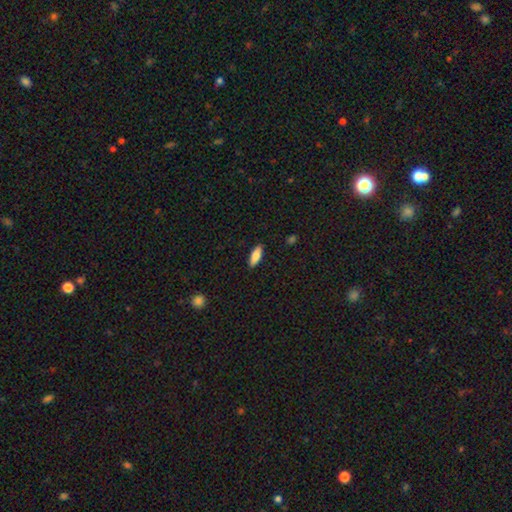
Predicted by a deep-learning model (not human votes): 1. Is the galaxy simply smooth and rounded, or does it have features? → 80% smooth, 14% featured or disk, 6% star or artifact.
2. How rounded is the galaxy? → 69% in between, 29% cigar-shaped, 2% round.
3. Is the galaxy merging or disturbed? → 89% none, 8% minor disturbance, 2% major disturbance, 1% merger.